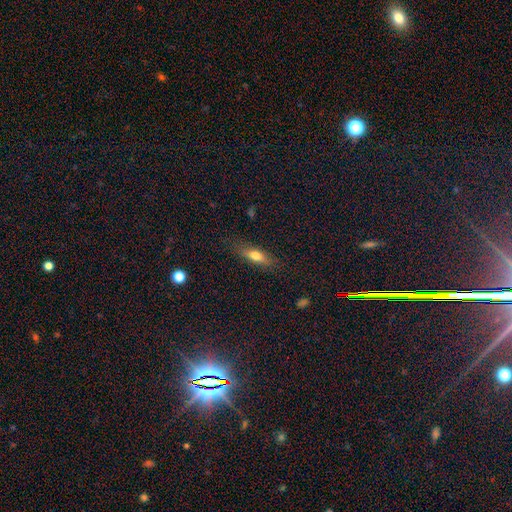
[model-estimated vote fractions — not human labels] Smooth or featured: smooth — 67% (featured or disk — 25%)
How rounded: in between — 48% (tied with cigar-shaped — 48%)
Merging: none — 79% (minor disturbance — 15%)